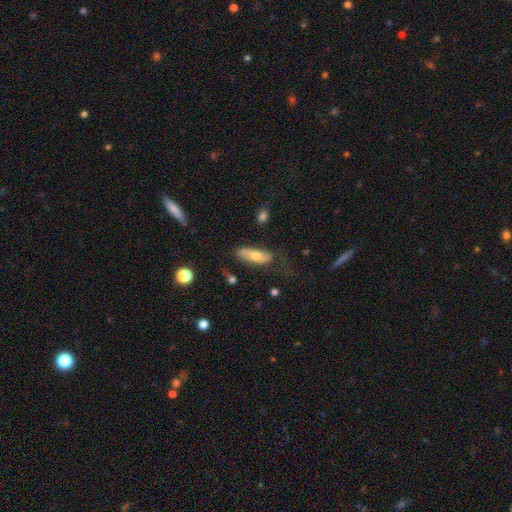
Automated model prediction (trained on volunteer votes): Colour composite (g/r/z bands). It shows a smooth galaxy with no disk features (61%) that is in between round and cigar-shaped (63%). Merging: none (56%).